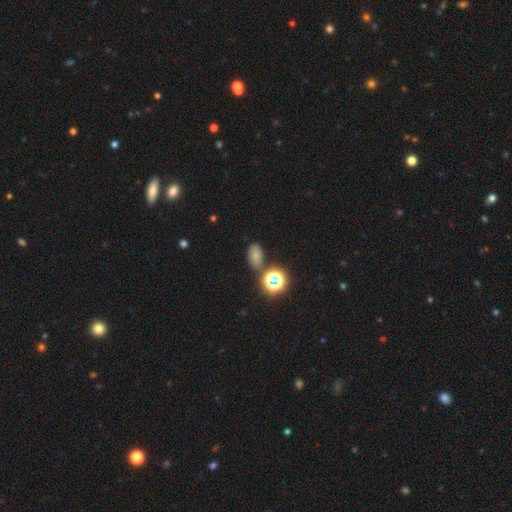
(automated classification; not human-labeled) Overall: smooth (67%). How rounded: in between (84%). Merging: none (74%).